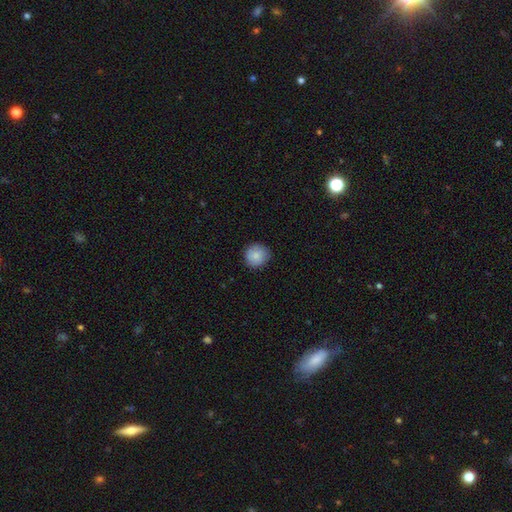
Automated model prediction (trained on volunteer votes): Smooth or featured? Predicted: smooth (p=0.86). How rounded? Predicted: round (p=0.93). Merging? Predicted: none (p=0.88).